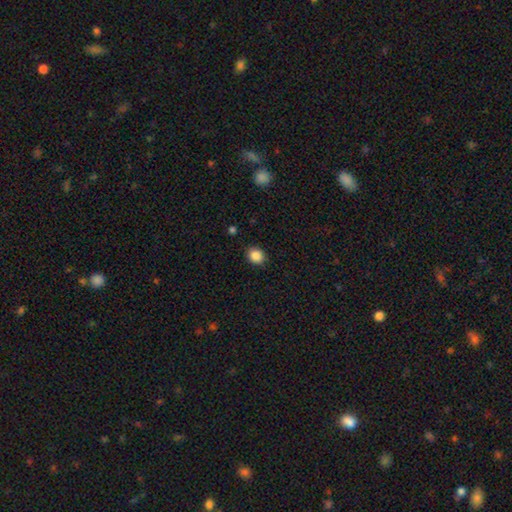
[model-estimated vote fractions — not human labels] The model was most divided on "how rounded": round: 69%, in between: 30%, cigar-shaped: 1%. More confident: merging — none (89%); smooth or featured — smooth (87%).